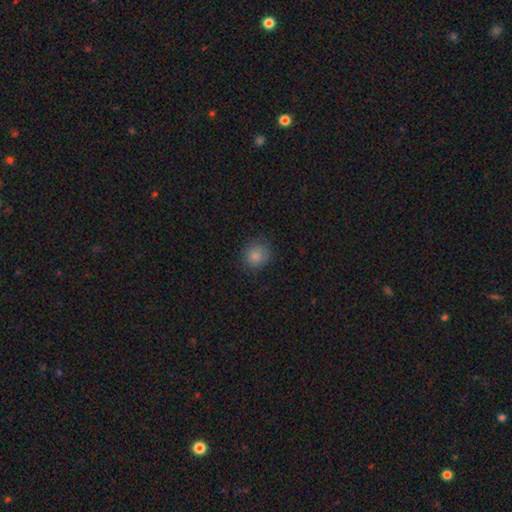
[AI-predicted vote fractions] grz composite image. It shows a smooth galaxy with no disk features (84%) that is round (86%). Merging: none (83%).